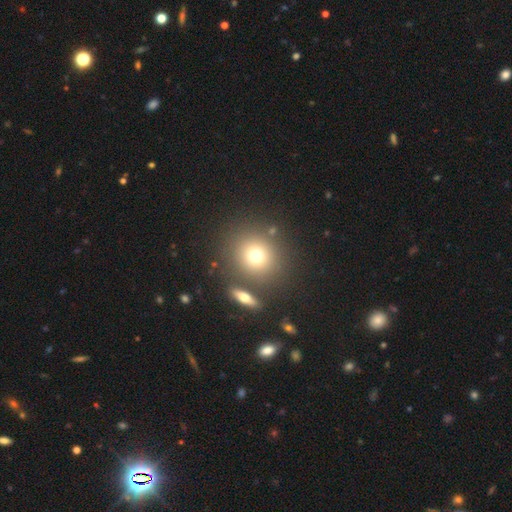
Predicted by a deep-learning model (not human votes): Smooth or featured? Predicted: smooth (p=0.73). How rounded? Predicted: round (p=0.86). Merging? Predicted: none (p=0.76).